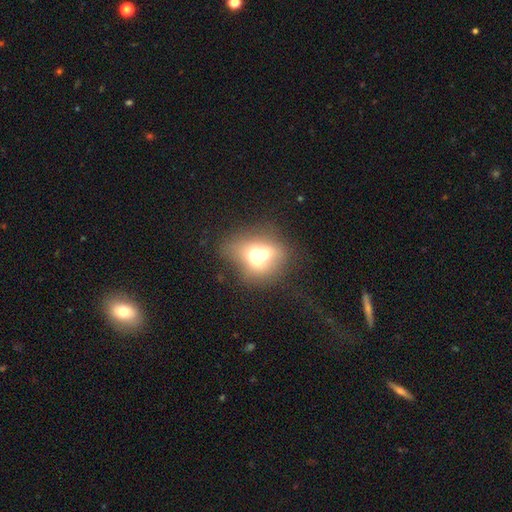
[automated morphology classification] Smooth or featured? Predicted: smooth (p=0.58). How rounded? Predicted: round (p=0.57). Merging? Predicted: merger (p=0.59).